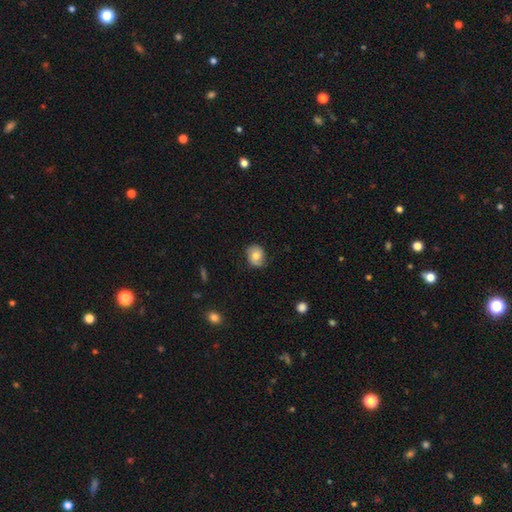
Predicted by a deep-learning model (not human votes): smooth_or_featured: smooth (p=0.52) [alt: featured or disk p=0.39]
how_rounded: round (p=0.59) [alt: in between p=0.40]
merging: none (p=0.73) [alt: minor disturbance p=0.21]